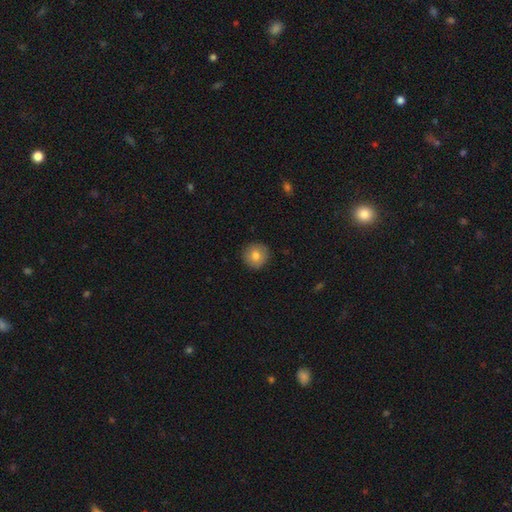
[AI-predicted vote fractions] This is likely a smooth galaxy (78%). How rounded: clearly round (95%). Merging: clearly none (91%).